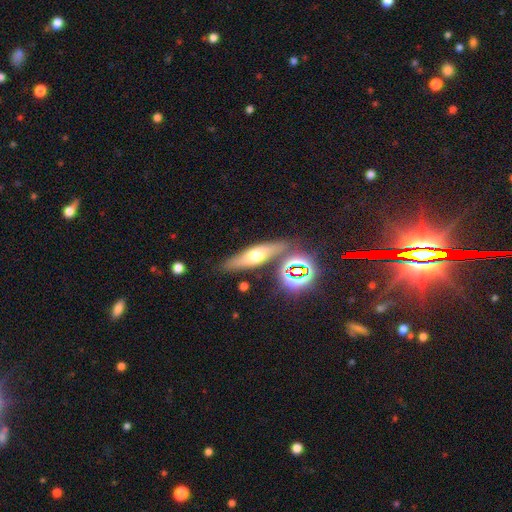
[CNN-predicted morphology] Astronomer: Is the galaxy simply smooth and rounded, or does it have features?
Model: featured or disk — 44% (runner-up: smooth, 43%).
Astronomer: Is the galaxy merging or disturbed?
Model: none — 78%.